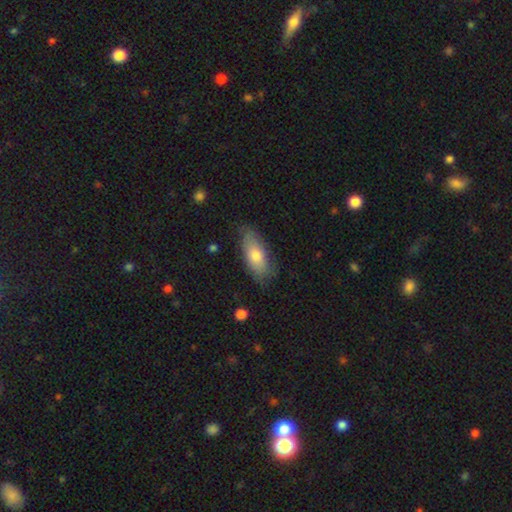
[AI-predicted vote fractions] Smooth or featured: smooth — 71% (featured or disk — 23%)
How rounded: in between — 83% (cigar-shaped — 13%)
Merging: none — 74% (minor disturbance — 20%)